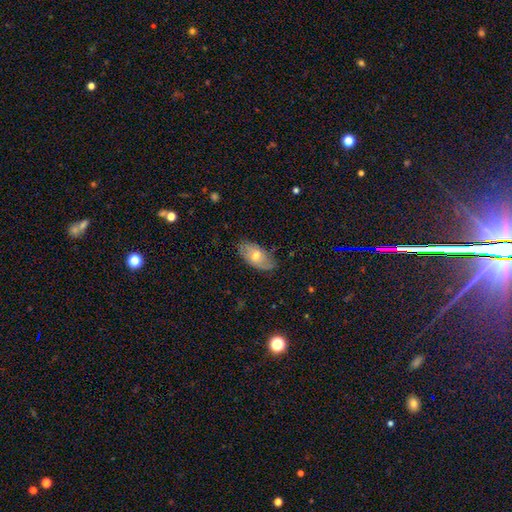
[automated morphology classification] Overall: smooth (56%; featured or disk 36%). How rounded: in between (92%). Merging: none (74%).